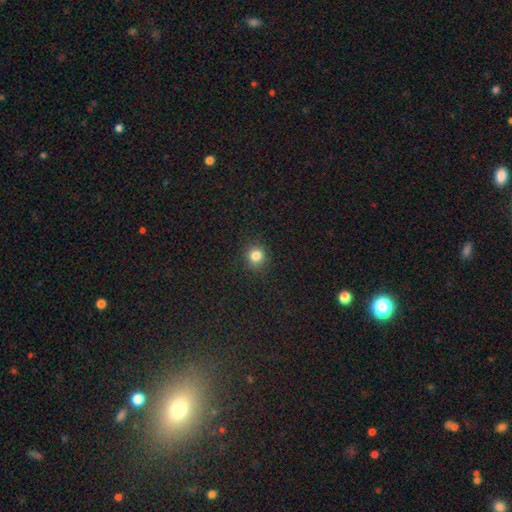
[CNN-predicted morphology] smooth_or_featured: smooth (p=0.82) [alt: star or artifact p=0.13]
how_rounded: round (p=0.87) [alt: in between p=0.12]
merging: none (p=0.89) [alt: minor disturbance p=0.08]